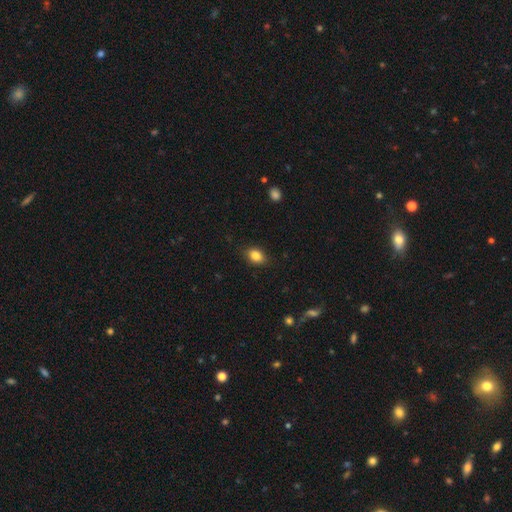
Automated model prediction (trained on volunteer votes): Overall: smooth (85%). How rounded: in between (76%). Merging: none (86%).